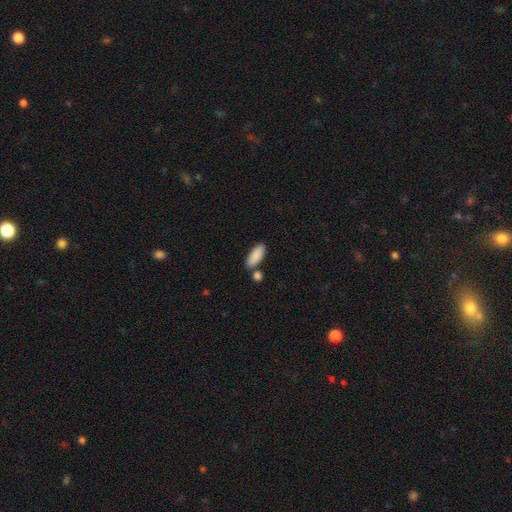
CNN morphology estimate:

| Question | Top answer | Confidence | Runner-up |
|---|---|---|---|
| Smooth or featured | smooth | 89% | star or artifact (6%) |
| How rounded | in between | 84% | cigar-shaped (14%) |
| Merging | none | 69% | merger (16%) |